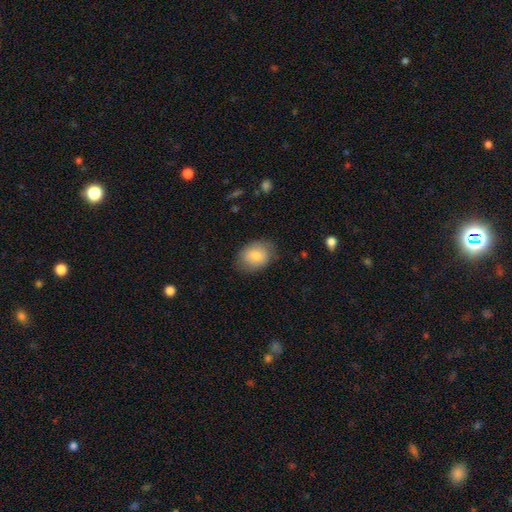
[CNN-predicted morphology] The model was most divided on "how rounded": in between: 63%, round: 36%, cigar-shaped: 1%. More confident: smooth or featured — smooth (81%); merging — none (78%).